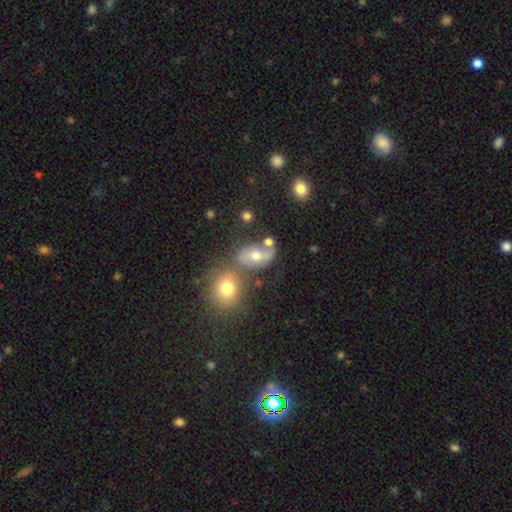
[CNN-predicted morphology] Overall: smooth (45%; featured or disk 38%). Merging: none (47%; merger 29%).